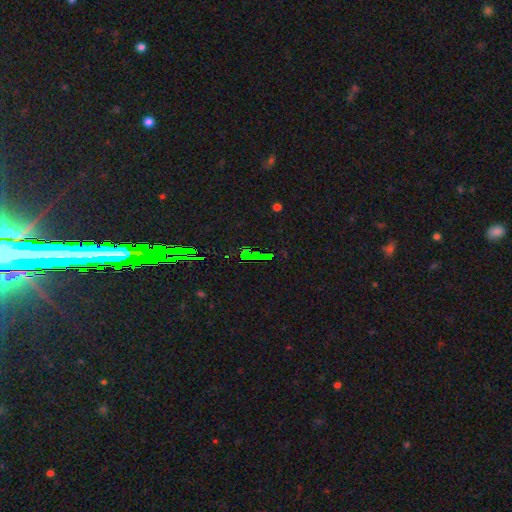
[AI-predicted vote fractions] star or artifact 75%, smooth 15%, featured or disk 10%.